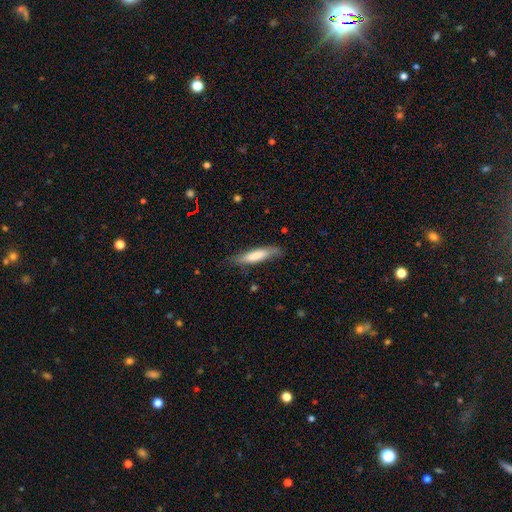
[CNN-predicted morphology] smooth_or_featured: smooth (p=0.73) [alt: featured or disk p=0.21]
how_rounded: cigar-shaped (p=0.80) [alt: in between p=0.19]
merging: none (p=0.76) [alt: minor disturbance p=0.18]